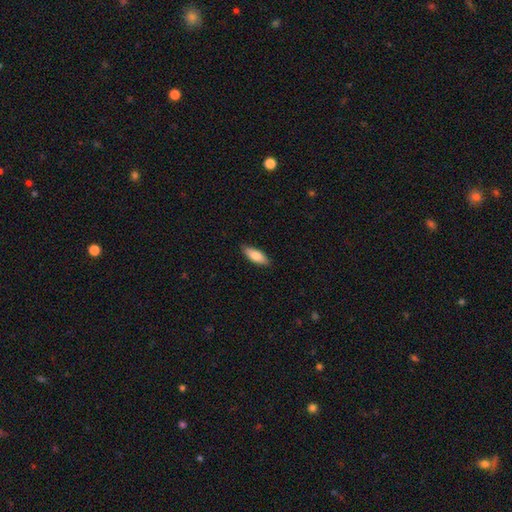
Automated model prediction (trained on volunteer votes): Q: Smooth or featured?
A: smooth (84%); runner-up: featured or disk (10%)
Q: How rounded?
A: in between (73%); runner-up: cigar-shaped (25%)
Q: Merging?
A: none (86%); runner-up: minor disturbance (11%)